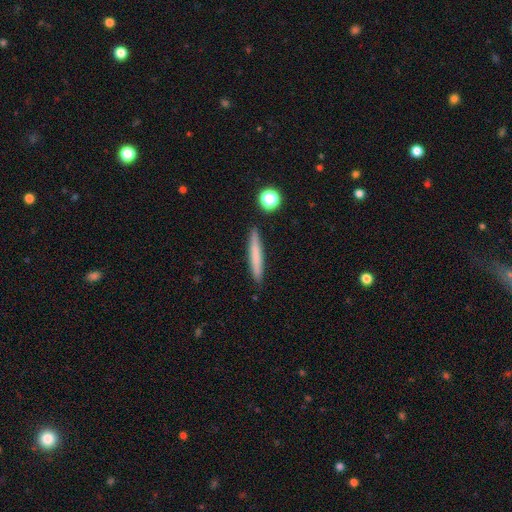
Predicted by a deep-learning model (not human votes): smooth-or-featured: smooth: 70% | featured or disk: 23% | star or artifact: 7%
  how-rounded: cigar-shaped: 95% | in between: 4% | round: 1%
  merging: none: 90% | minor disturbance: 7% | merger: 2% | major disturbance: 2%